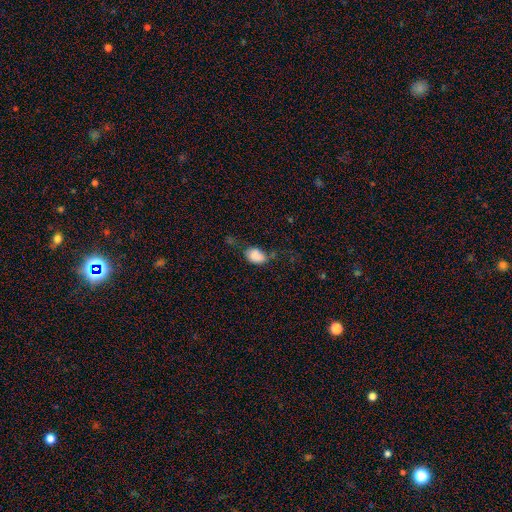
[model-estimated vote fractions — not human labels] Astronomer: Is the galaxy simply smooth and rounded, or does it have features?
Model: smooth — 82%.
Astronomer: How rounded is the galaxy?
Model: in between — 80%.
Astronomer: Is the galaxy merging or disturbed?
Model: none — 39% (runner-up: minor disturbance, 33%).